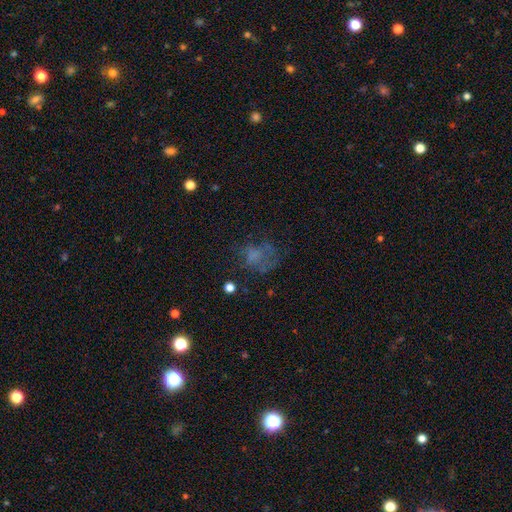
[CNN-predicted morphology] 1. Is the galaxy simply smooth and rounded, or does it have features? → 41% smooth, 35% featured or disk, 23% star or artifact.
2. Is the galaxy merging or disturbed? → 43% none, 33% major disturbance, 20% minor disturbance, 4% merger.